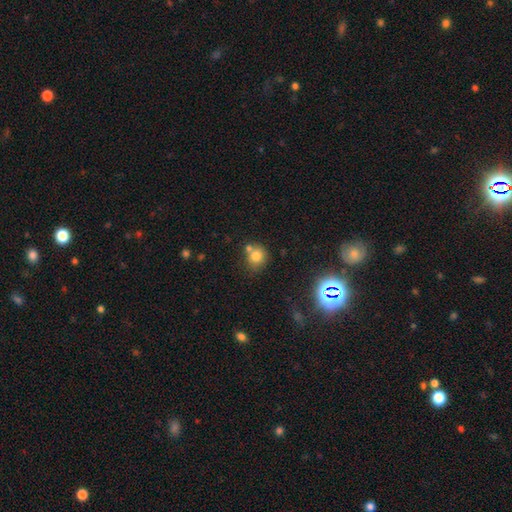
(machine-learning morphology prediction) The model was most divided on "merging": none: 58%, merger: 26%, minor disturbance: 12%, major disturbance: 4%. More confident: how rounded — round (84%); smooth or featured — smooth (76%).